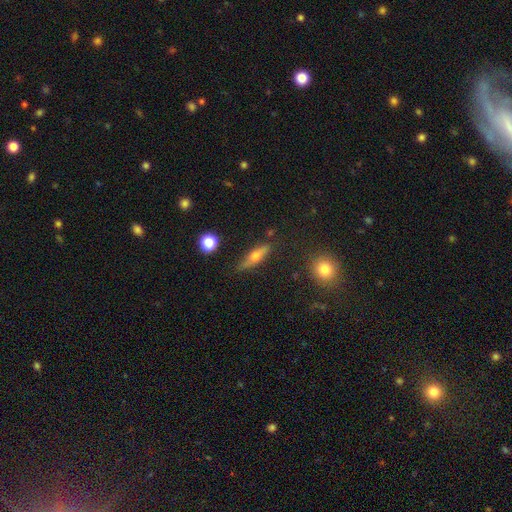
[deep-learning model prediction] Smooth or featured? smooth (50%)
Merging? none (76%)